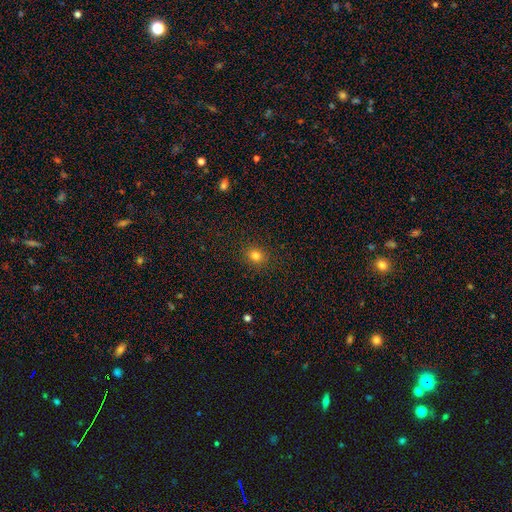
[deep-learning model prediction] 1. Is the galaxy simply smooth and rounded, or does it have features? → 81% smooth, 14% star or artifact, 5% featured or disk.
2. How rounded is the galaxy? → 74% round, 25% in between, 1% cigar-shaped.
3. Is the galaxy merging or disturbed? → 89% none, 7% minor disturbance, 2% major disturbance, 1% merger.